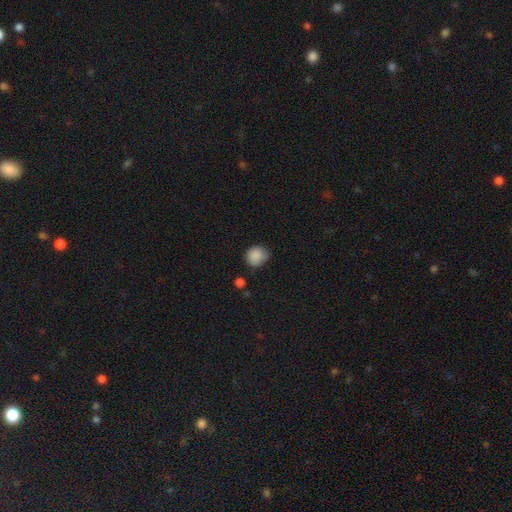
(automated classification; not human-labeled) This appears to be a smooth galaxy with no disk features (87%) that is round (81%). Merging: none (67%).